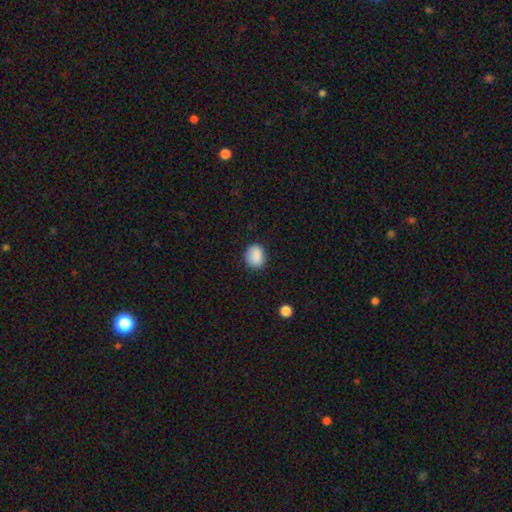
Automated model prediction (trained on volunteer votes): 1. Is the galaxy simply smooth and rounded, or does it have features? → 88% smooth, 8% star or artifact, 4% featured or disk.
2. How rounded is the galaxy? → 51% in between, 48% round, 1% cigar-shaped.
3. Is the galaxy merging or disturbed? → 81% none, 15% minor disturbance, 3% major disturbance, 1% merger.